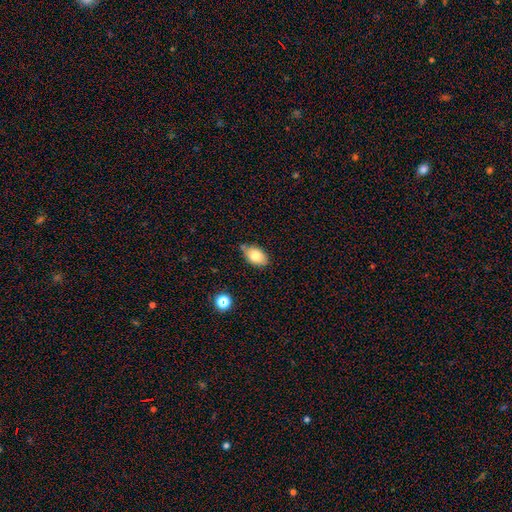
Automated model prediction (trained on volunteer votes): smooth 79%, featured or disk 12%, star or artifact 9%. Down the decision tree: how rounded — in between (87%); merging — none (68%).